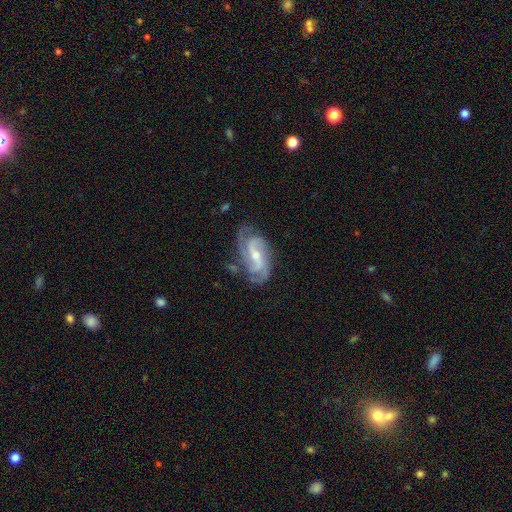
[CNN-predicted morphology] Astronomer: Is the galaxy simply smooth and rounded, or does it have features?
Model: featured or disk — 87%.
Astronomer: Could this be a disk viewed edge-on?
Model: no — 96%.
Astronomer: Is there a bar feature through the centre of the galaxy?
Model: weak — 49% (runner-up: strong, 26%).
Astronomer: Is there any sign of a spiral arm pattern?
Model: yes — 97%.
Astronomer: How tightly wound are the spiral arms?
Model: medium — 46% (runner-up: tight, 38%).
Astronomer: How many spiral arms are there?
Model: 2 — 43% (runner-up: 3, 30%).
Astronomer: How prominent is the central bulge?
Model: small — 51% (runner-up: moderate, 43%).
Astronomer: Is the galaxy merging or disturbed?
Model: none — 71%.